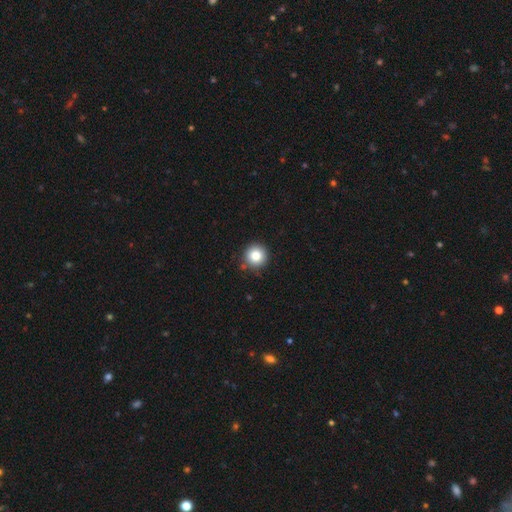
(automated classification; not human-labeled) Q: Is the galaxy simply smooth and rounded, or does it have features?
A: smooth — 82%.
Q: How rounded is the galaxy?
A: round — 95%.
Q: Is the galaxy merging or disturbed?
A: none — 88%.